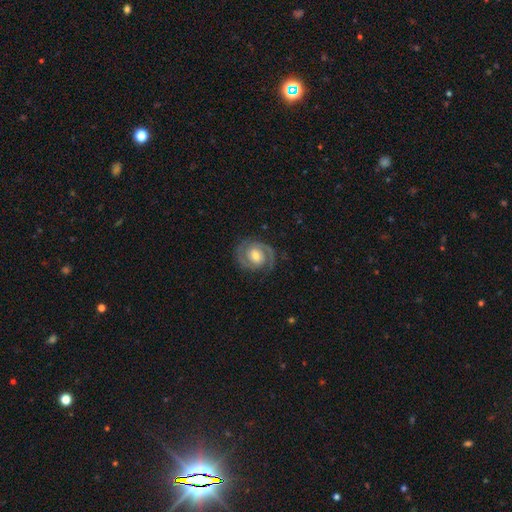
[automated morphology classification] smooth_or_featured: featured or disk (p=0.89) [alt: smooth p=0.07]
disk_edge_on: no (p=0.98) [alt: yes p=0.02]
bar: no (p=0.45) [alt: weak p=0.41]
has_spiral_arms: yes (p=0.97) [alt: no p=0.03]
spiral_winding: tight (p=0.58) [alt: medium p=0.36]
spiral_arm_count: 2 (p=0.91) [alt: can't tell p=0.03]
bulge_size: moderate (p=0.65) [alt: small p=0.27]
merging: none (p=0.83) [alt: minor disturbance p=0.12]